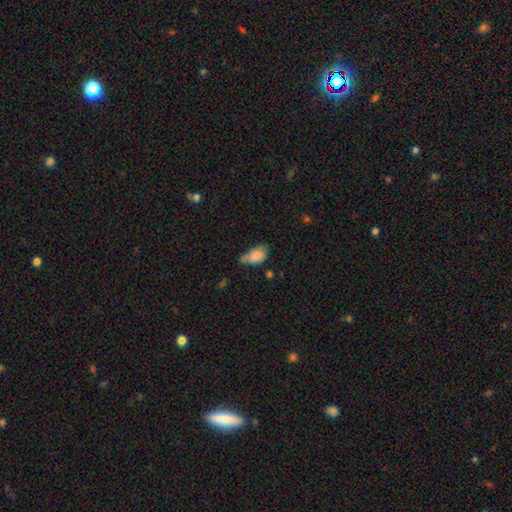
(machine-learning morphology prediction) type=smooth (79%); roundness=in between (91%); merging=minor disturbance (35%).